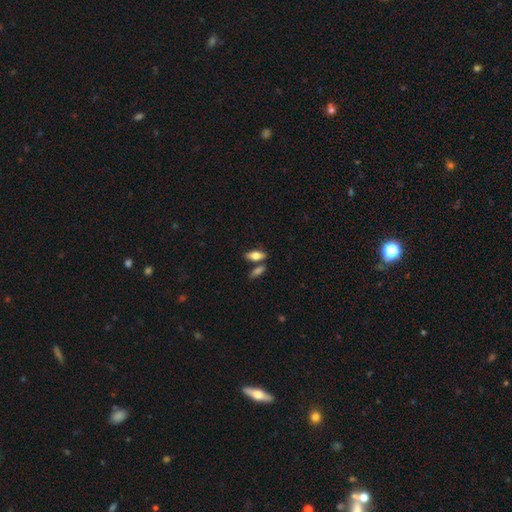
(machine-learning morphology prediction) smooth_or_featured: smooth (p=0.75) [alt: featured or disk p=0.18]
how_rounded: in between (p=0.81) [alt: cigar-shaped p=0.16]
merging: none (p=0.68) [alt: merger p=0.18]